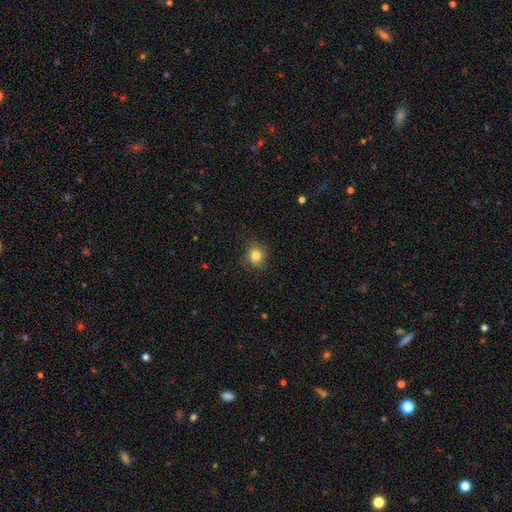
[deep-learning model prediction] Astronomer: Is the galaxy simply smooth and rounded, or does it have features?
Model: smooth — 83%.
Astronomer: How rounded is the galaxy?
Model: round — 86%.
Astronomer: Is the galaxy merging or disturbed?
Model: none — 87%.